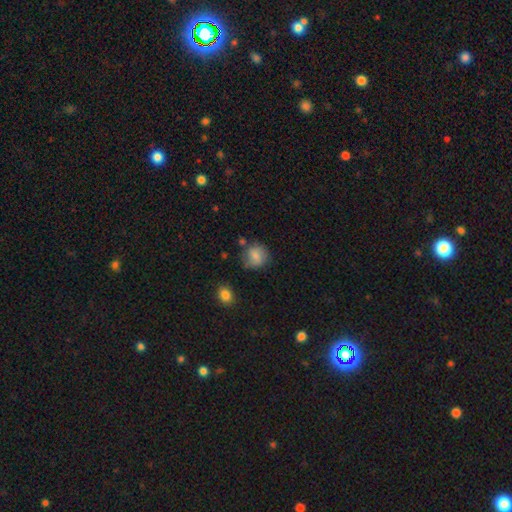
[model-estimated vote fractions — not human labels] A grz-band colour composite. It shows a smooth galaxy with no disk features (77%) that is round (79%). Merging: none (68%).